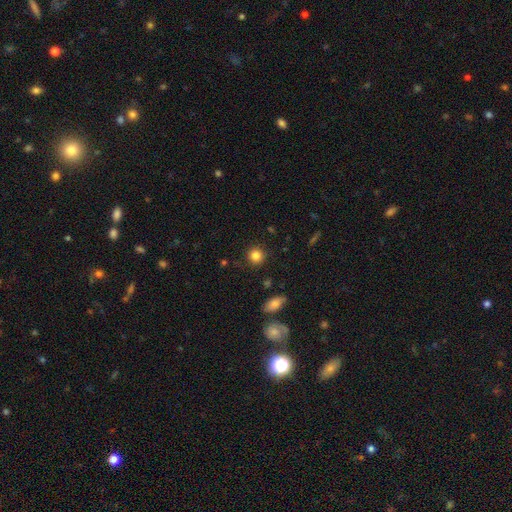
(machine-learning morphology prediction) This is clearly a smooth galaxy (84%). How rounded: clearly round (90%). Merging: clearly none (88%).